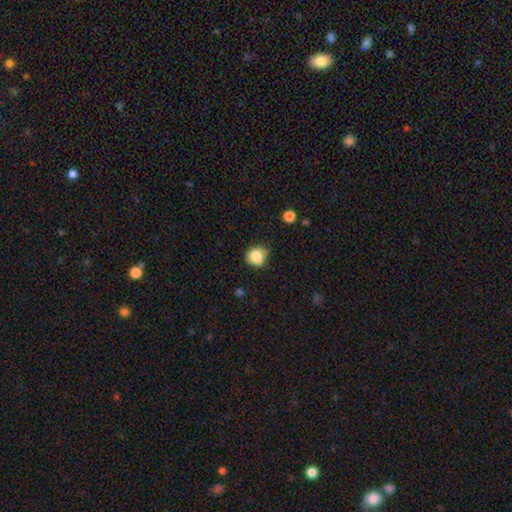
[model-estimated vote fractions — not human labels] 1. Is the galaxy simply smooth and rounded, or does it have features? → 82% smooth, 10% star or artifact, 8% featured or disk.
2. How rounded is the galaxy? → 71% round, 28% in between, 1% cigar-shaped.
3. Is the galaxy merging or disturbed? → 60% none, 30% minor disturbance, 6% major disturbance, 3% merger.